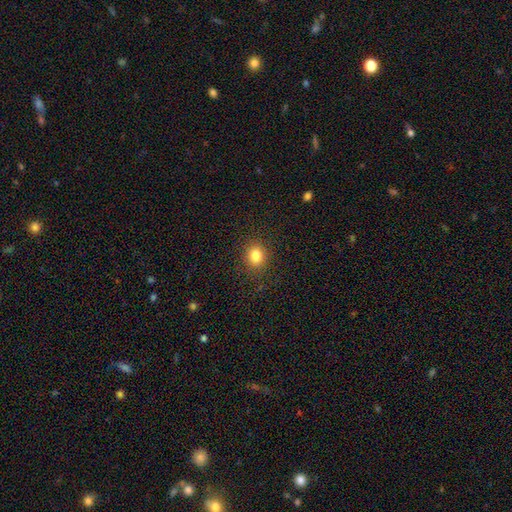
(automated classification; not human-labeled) The model was most divided on "how rounded": round: 69%, in between: 30%, cigar-shaped: 1%. More confident: merging — none (87%); smooth or featured — smooth (83%).